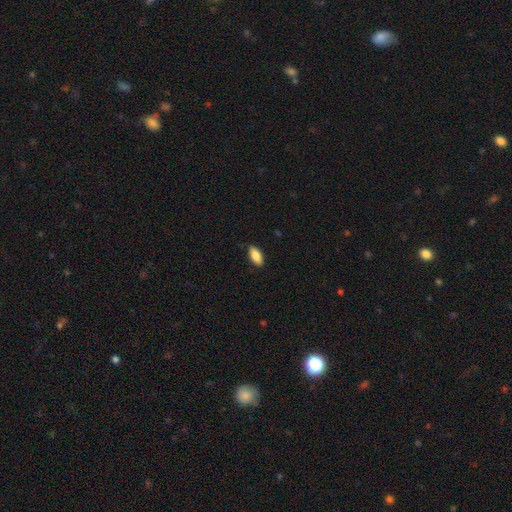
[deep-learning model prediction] Smooth or featured?
  - smooth: 86% *
  - featured or disk: 8%
  - star or artifact: 6%
How rounded?
  - in between: 89% *
  - cigar-shaped: 9%
  - round: 2%
Merging?
  - none: 86% *
  - minor disturbance: 11%
  - major disturbance: 2%
  - merger: 1%